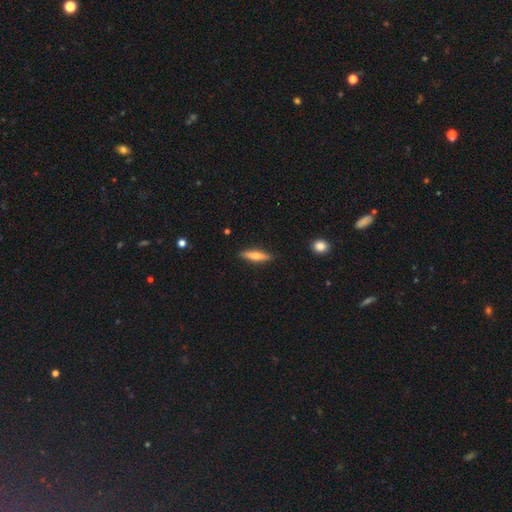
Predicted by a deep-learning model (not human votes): This is likely a smooth galaxy (60%). How rounded: likely cigar-shaped (77%). Merging: clearly none (89%).